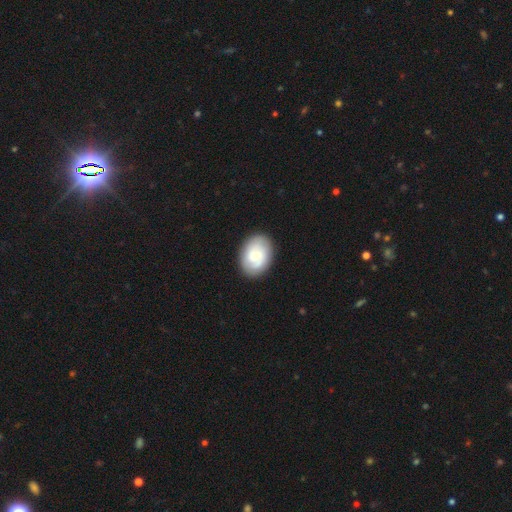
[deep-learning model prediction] Morphology: type=smooth (57%); roundness=in between (71%); merging=none (84%).